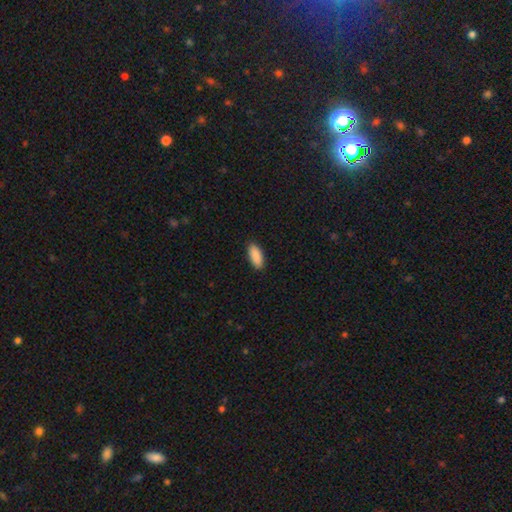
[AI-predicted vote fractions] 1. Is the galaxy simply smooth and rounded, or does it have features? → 91% smooth, 6% star or artifact, 3% featured or disk.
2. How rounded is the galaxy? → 83% in between, 16% cigar-shaped, 2% round.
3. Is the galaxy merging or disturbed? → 90% none, 8% minor disturbance, 2% major disturbance, 1% merger.